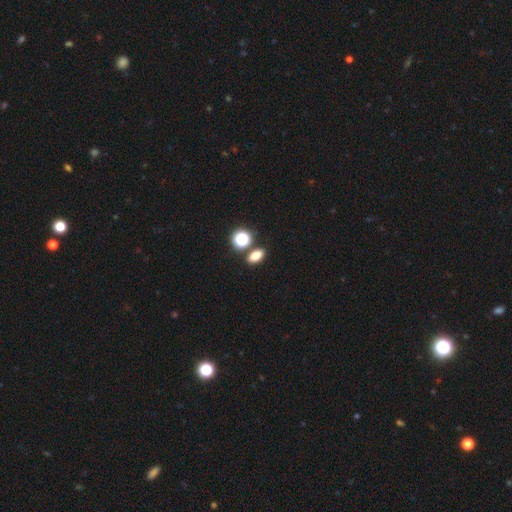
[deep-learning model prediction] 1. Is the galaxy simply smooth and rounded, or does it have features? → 78% smooth, 15% star or artifact, 7% featured or disk.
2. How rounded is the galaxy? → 77% in between, 18% round, 5% cigar-shaped.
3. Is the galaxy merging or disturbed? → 77% none, 11% merger, 9% minor disturbance, 3% major disturbance.